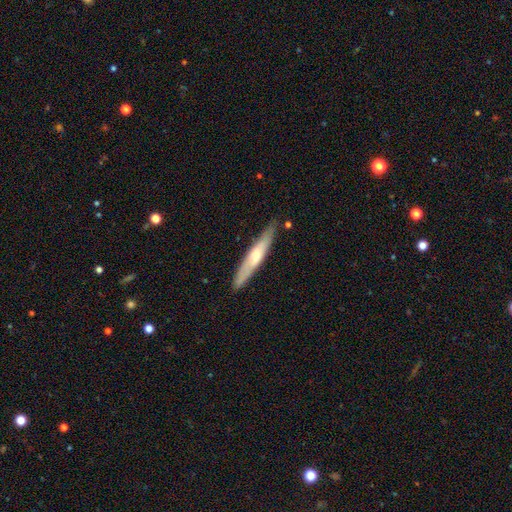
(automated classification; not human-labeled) This appears to be a featured or disk galaxy (47%, tied with smooth). Merging: none (85%).